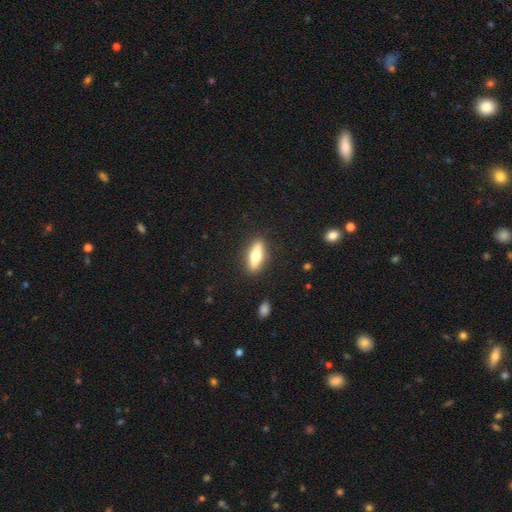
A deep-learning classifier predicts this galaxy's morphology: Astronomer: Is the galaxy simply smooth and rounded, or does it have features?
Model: smooth — 57% (runner-up: featured or disk, 37%).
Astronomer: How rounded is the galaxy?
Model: in between — 51% (runner-up: cigar-shaped, 46%).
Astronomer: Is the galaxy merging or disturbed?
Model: none — 88%.